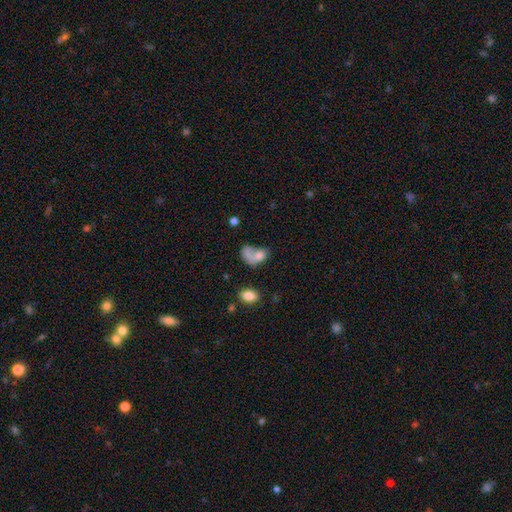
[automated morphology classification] The model was most divided on "merging": major disturbance: 33%, merger: 32%, none: 22%, minor disturbance: 13%. More confident: how rounded — in between (75%); smooth or featured — smooth (64%).